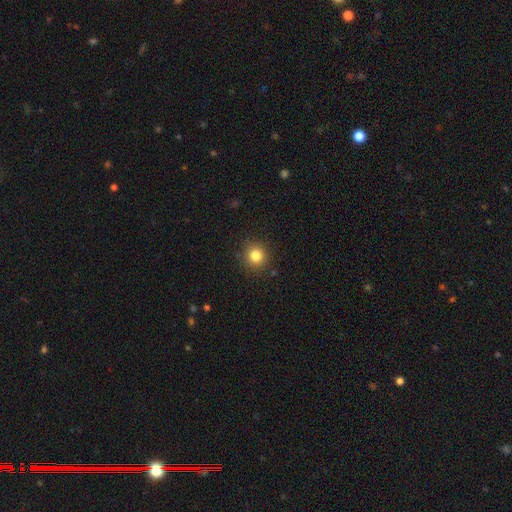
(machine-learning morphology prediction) Smooth or featured?
  - smooth: 82% *
  - star or artifact: 12%
  - featured or disk: 6%
How rounded?
  - round: 93% *
  - in between: 7%
  - cigar-shaped: 1%
Merging?
  - none: 90% *
  - minor disturbance: 7%
  - major disturbance: 2%
  - merger: 1%